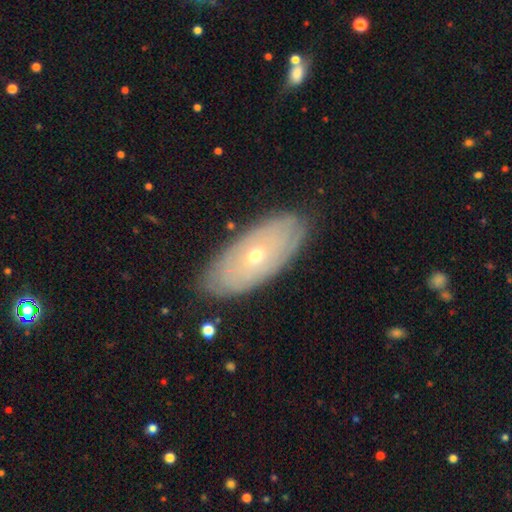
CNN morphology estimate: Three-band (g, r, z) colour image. It shows a featured or disk galaxy (63%) with no bar (85%), spiral arms (56%) and a small central bulge (61%). Merging: none (83%).